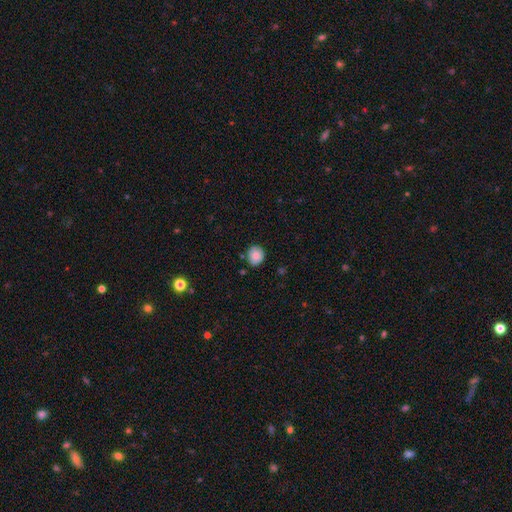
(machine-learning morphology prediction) Smooth or featured? Predicted: smooth (p=0.82). How rounded? Predicted: round (p=0.74). Merging? Predicted: none (p=0.80).